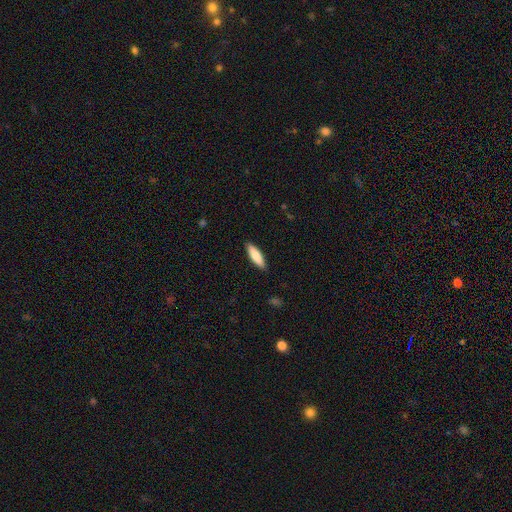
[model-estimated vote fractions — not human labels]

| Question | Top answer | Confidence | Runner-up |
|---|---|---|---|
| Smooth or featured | smooth | 84% | featured or disk (11%) |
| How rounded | cigar-shaped | 56% | in between (43%) |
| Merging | none | 89% | minor disturbance (8%) |